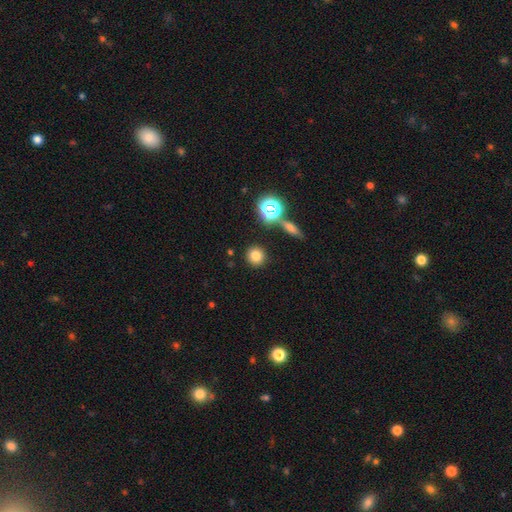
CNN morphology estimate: A smooth galaxy with no disk features (77%) that is round (91%).

Vote fractions:
- Smooth or featured? smooth: 77% / star or artifact: 15% / featured or disk: 7%
- How rounded? round: 91% / in between: 8% / cigar-shaped: 1%
- Merging? none: 88% / minor disturbance: 6% / merger: 4% / major disturbance: 2%